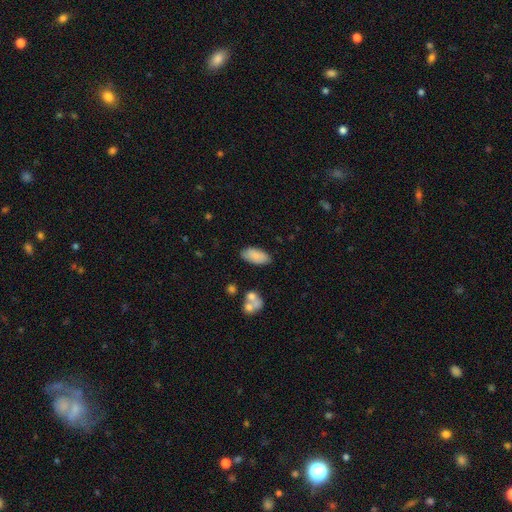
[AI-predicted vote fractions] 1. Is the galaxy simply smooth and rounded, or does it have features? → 83% smooth, 10% featured or disk, 7% star or artifact.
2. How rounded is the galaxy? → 92% in between, 5% cigar-shaped, 2% round.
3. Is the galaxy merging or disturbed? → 80% none, 14% minor disturbance, 3% major disturbance, 3% merger.